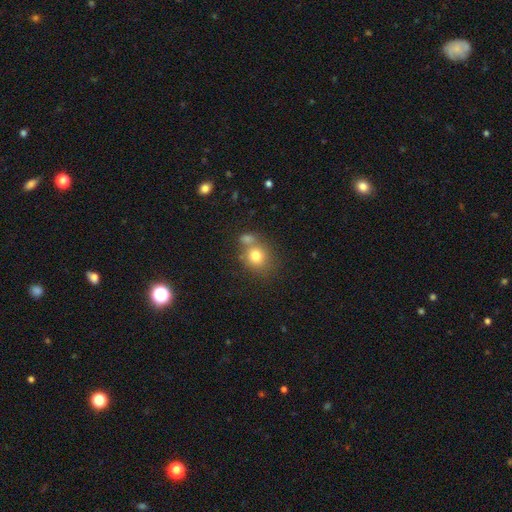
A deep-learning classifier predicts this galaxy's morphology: smooth_or_featured: smooth (p=0.77) [alt: star or artifact p=0.12]
how_rounded: round (p=0.74) [alt: in between p=0.25]
merging: none (p=0.53) [alt: merger p=0.30]